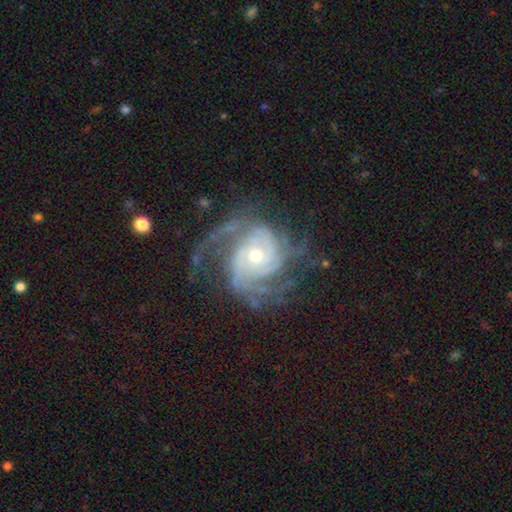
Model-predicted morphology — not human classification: Smooth or featured? featured or disk (90%)
Edge-on disk? no (98%)
Bar? no (74%)
Spiral arms? yes (98%)
Spiral winding? tight (53%)
Spiral arm count? 3 (27%)
Bulge size? moderate (54%)
Merging? none (63%)